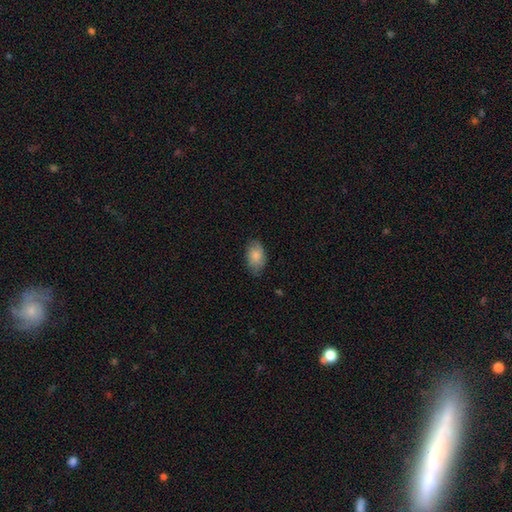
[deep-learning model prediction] Smooth or featured? Predicted: smooth (p=0.83). How rounded? Predicted: in between (p=0.91). Merging? Predicted: none (p=0.76).